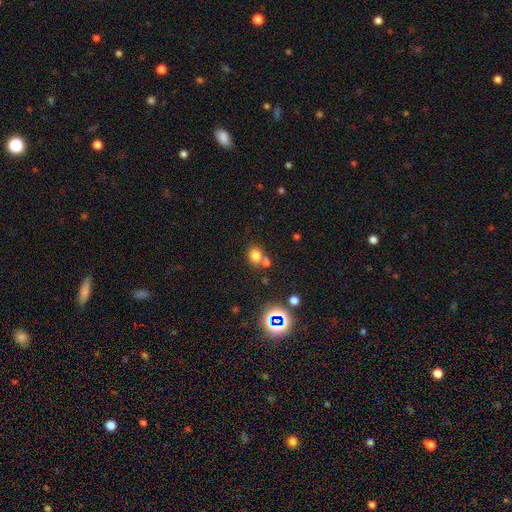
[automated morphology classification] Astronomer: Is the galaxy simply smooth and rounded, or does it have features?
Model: smooth — 75%.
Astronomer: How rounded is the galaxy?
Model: round — 69%.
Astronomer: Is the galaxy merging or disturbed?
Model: none — 55% (runner-up: merger, 31%).